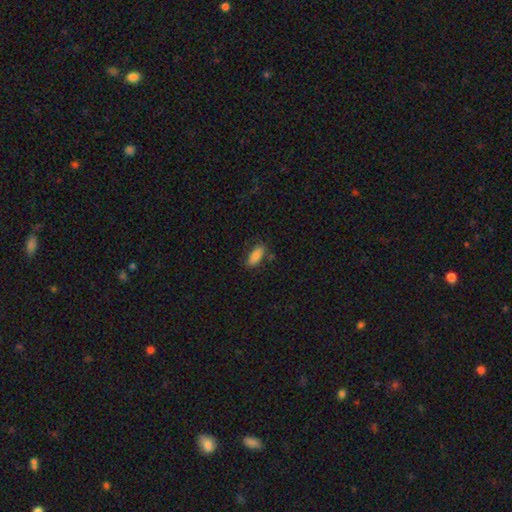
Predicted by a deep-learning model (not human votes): Morphology: type=smooth (83%); roundness=in between (86%); merging=none (73%).